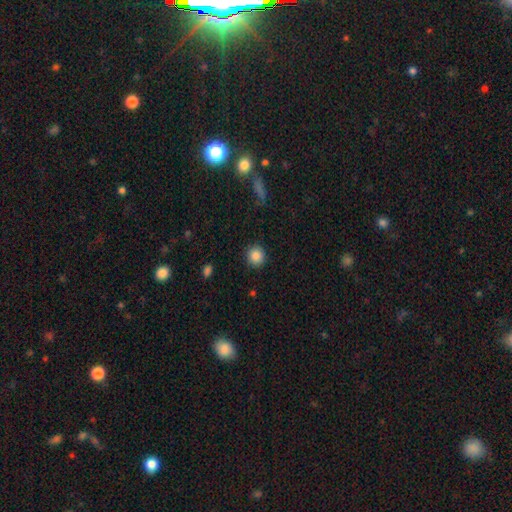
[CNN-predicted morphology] This is clearly a smooth galaxy (86%). How rounded: clearly round (90%). Merging: clearly none (89%).